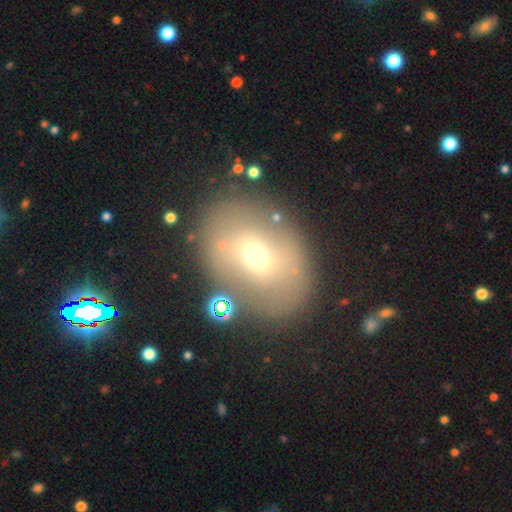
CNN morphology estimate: smooth 53%, featured or disk 33%, star or artifact 14%. Down the decision tree: how rounded — in between (59%); merging — none (73%).